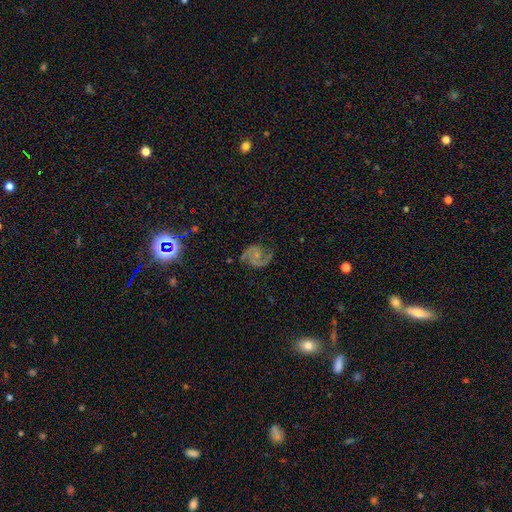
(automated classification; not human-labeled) Morphology: type=featured or disk (83%); edge-on=no (98%); bar=no (67%); spiral arms=yes (96%); winding=medium (54%); arm count=2 (87%); bulge=small (60%); merging=none (67%).